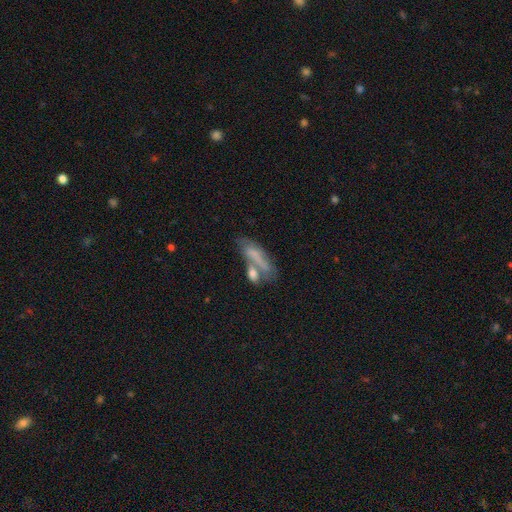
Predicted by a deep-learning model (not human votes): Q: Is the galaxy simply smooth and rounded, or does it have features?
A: smooth — 62%.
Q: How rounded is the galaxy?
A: cigar-shaped — 54%.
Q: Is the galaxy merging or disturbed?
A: none — 36%, tied with merger.